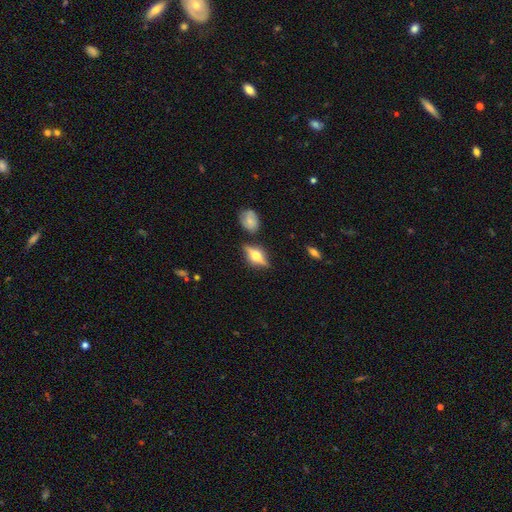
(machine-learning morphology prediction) This appears to be a featured or disk galaxy (64%) viewed edge-on (91%) with a rounded central bulge (92%). Merging: none (78%).